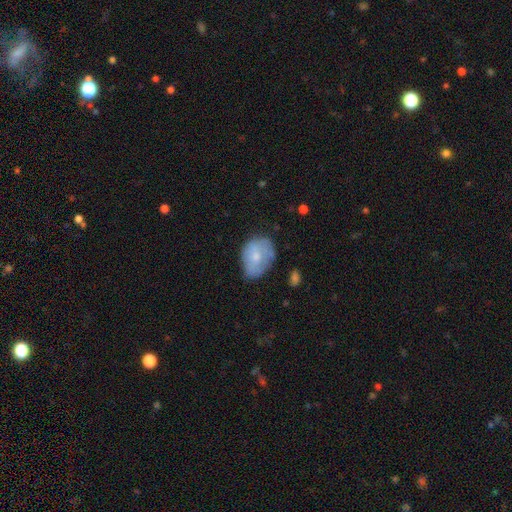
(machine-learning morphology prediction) Q: Smooth or featured?
A: smooth (67%); runner-up: featured or disk (26%)
Q: How rounded?
A: in between (68%); runner-up: round (31%)
Q: Merging?
A: none (50%); runner-up: minor disturbance (36%)